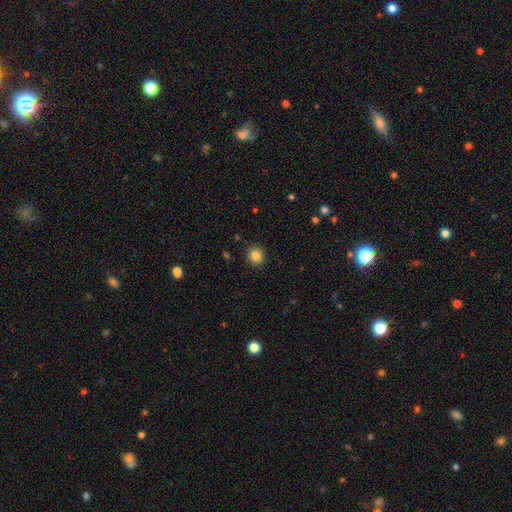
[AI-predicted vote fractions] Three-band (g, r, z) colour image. It shows a smooth galaxy with no disk features (85%) that is round (87%). Merging: none (90%).